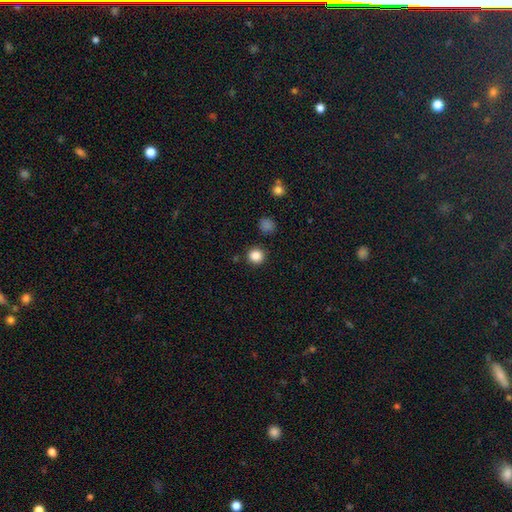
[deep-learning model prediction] Smooth or featured? smooth (86%)
How rounded? round (92%)
Merging? none (88%)